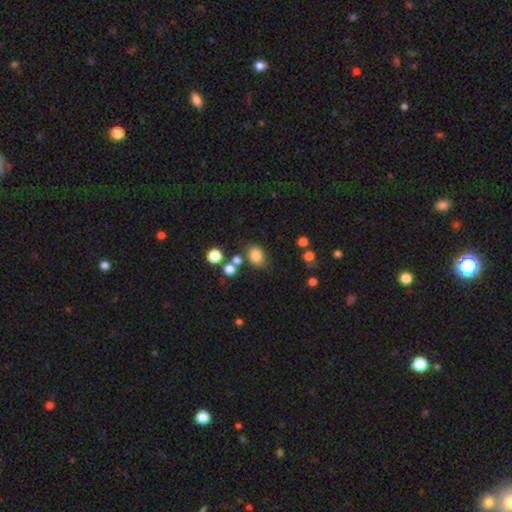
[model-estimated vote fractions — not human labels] smooth-or-featured: smooth: 80% | star or artifact: 13% | featured or disk: 7%
  how-rounded: in between: 60% | round: 39% | cigar-shaped: 1%
  merging: none: 72% | minor disturbance: 14% | merger: 9% | major disturbance: 5%